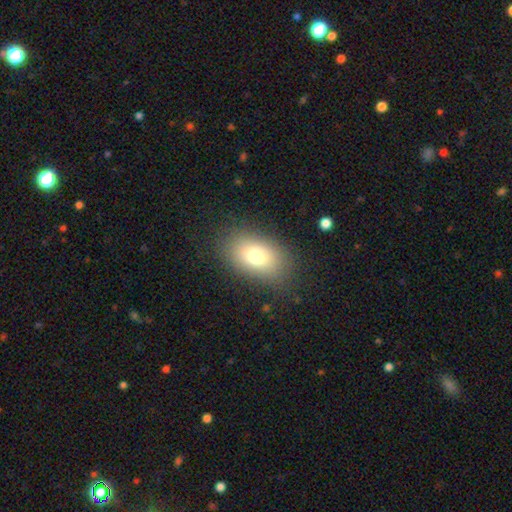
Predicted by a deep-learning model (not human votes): Smooth or featured? Predicted: smooth (p=0.73). How rounded? Predicted: in between (p=0.81). Merging? Predicted: none (p=0.83).